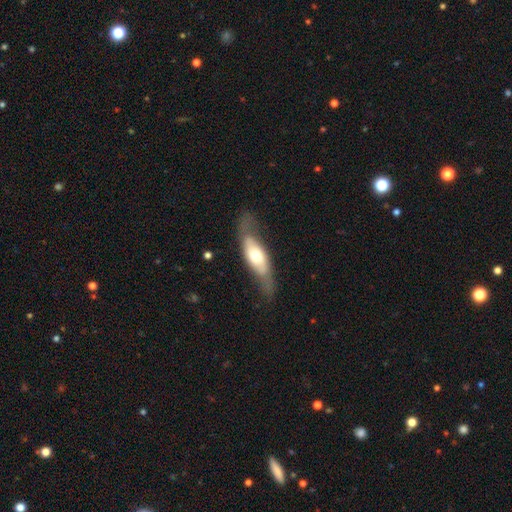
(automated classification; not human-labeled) featured or disk 54%, smooth 41%, star or artifact 5%. Down the decision tree: edge-on disk — no (66%); merging — none (61%).